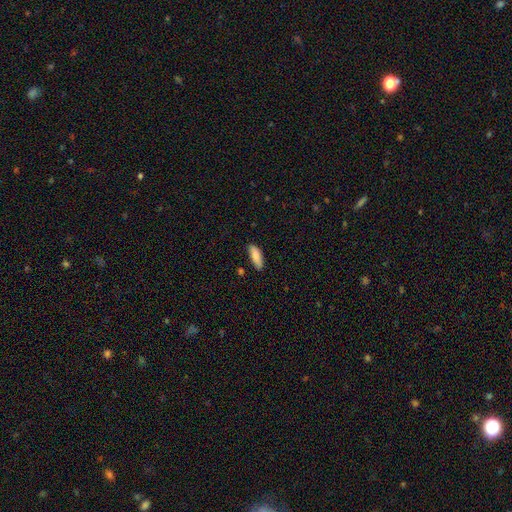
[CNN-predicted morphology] type=smooth (87%); roundness=in between (64%); merging=none (82%).